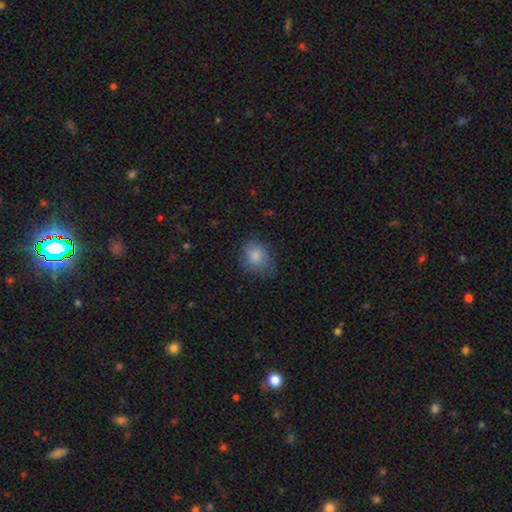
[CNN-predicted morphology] type=smooth (83%); roundness=round (51%); merging=none (62%).